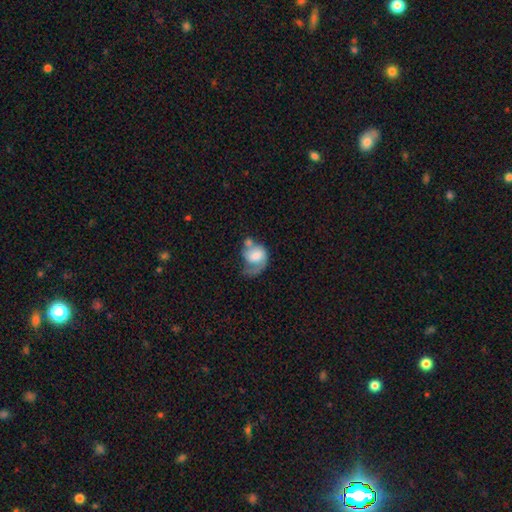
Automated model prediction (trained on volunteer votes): This is possibly a featured or disk galaxy (50%). It is clearly not viewed edge-on (97%). Merging: marginally major disturbance (35%).